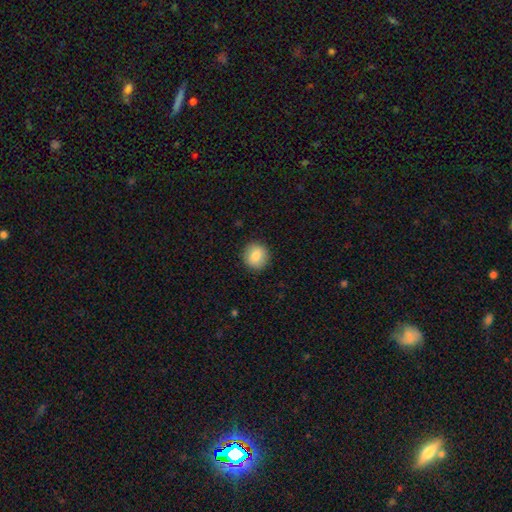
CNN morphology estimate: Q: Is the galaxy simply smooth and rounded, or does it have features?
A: smooth — 84%.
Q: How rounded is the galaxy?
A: round — 93%.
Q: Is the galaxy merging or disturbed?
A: none — 91%.